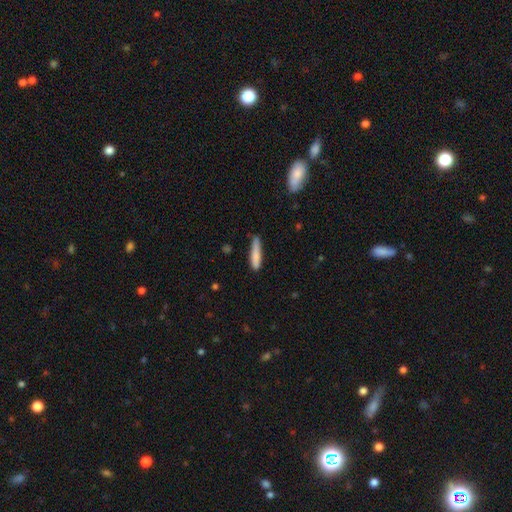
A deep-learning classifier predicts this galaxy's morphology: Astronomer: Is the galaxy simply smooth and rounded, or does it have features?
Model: smooth — 82%.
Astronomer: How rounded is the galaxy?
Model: cigar-shaped — 86%.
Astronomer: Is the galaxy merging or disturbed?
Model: none — 71%.